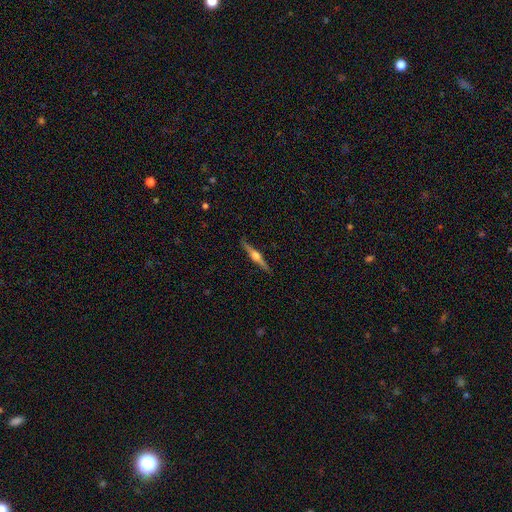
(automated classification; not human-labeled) smooth_or_featured: featured or disk (p=0.76) [alt: smooth p=0.18]
disk_edge_on: yes (p=0.98) [alt: no p=0.02]
edge_on_bulge: rounded (p=0.92) [alt: boxy p=0.06]
merging: none (p=0.90) [alt: minor disturbance p=0.07]